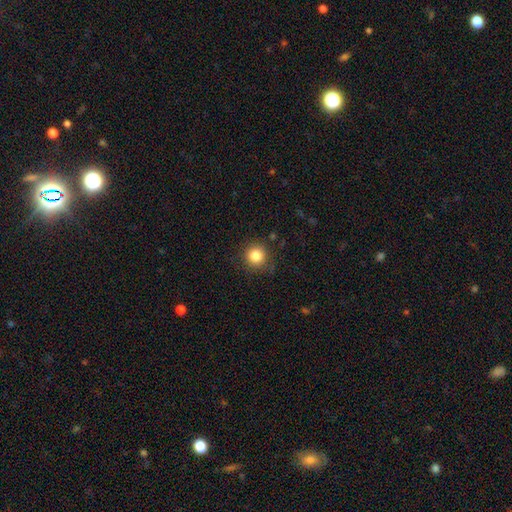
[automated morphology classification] Smooth or featured?
  - smooth: 84% *
  - star or artifact: 11%
  - featured or disk: 5%
How rounded?
  - round: 94% *
  - in between: 5%
  - cigar-shaped: 1%
Merging?
  - none: 88% *
  - minor disturbance: 8%
  - major disturbance: 3%
  - merger: 1%